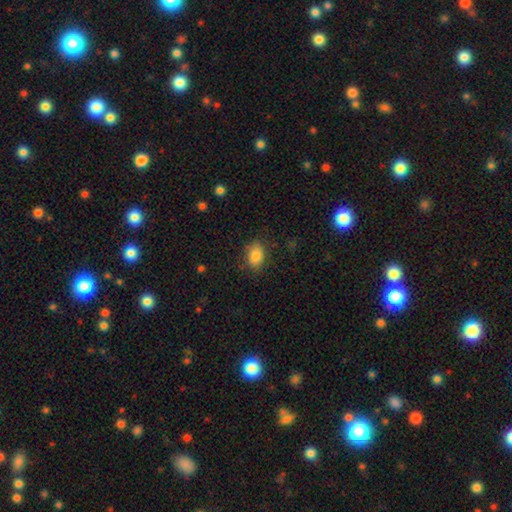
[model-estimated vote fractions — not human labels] Q: Smooth or featured?
A: smooth (86%); runner-up: star or artifact (8%)
Q: How rounded?
A: in between (80%); runner-up: round (19%)
Q: Merging?
A: none (81%); runner-up: minor disturbance (14%)